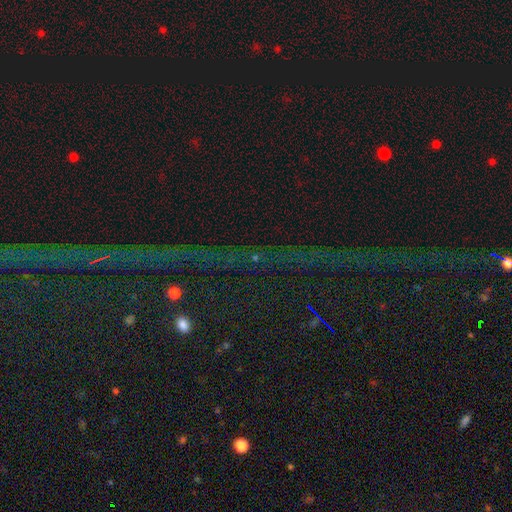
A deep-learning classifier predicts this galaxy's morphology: The model was most divided on "smooth or featured": star or artifact: 85%, featured or disk: 8%, smooth: 7%.